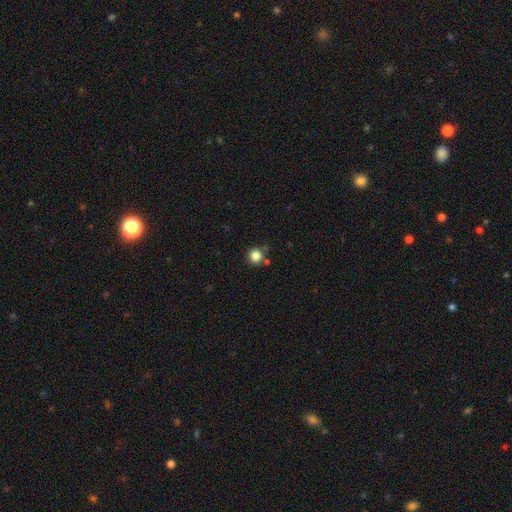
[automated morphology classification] A smooth galaxy with no disk features (84%) that is round (93%). Merging: none (80%).